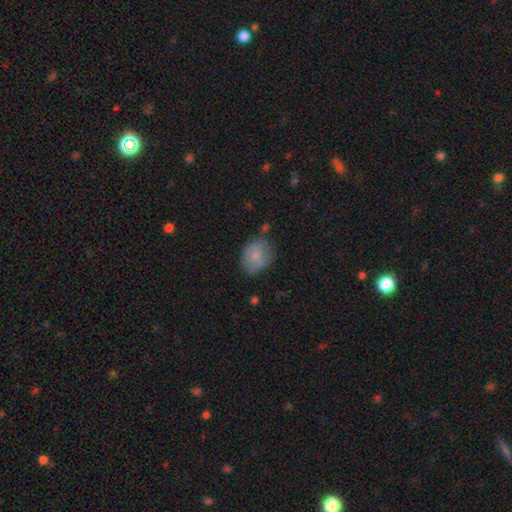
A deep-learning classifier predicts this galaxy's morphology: The model was most divided on "how rounded": in between: 59%, round: 40%, cigar-shaped: 1%. More confident: smooth or featured — smooth (74%); merging — none (64%).